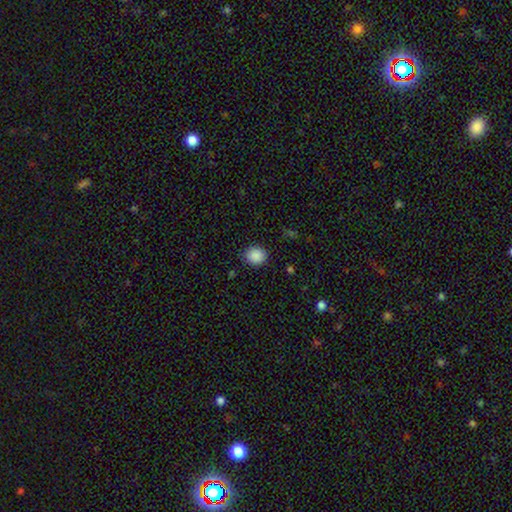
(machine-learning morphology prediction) A smooth galaxy with no disk features (88%) that is round (73%).

Vote fractions:
- Smooth or featured? smooth: 88% / star or artifact: 9% / featured or disk: 3%
- How rounded? round: 73% / in between: 26% / cigar-shaped: 1%
- Merging? none: 86% / minor disturbance: 11% / major disturbance: 3% / merger: 1%